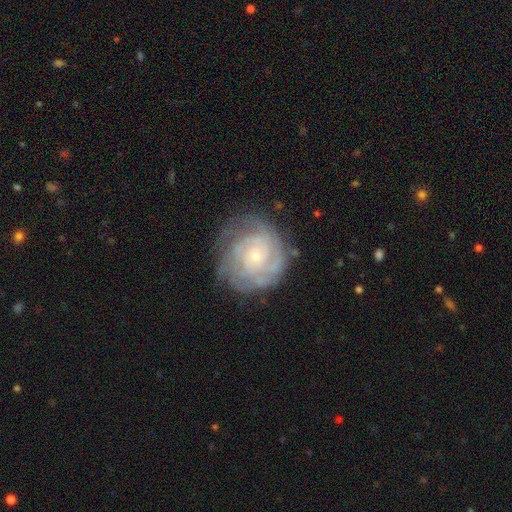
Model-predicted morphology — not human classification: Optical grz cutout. It shows a featured or disk galaxy (83%) with no bar (77%), tight (78%) spiral arms (95%) and a small central bulge (78%). Merging: none (75%).